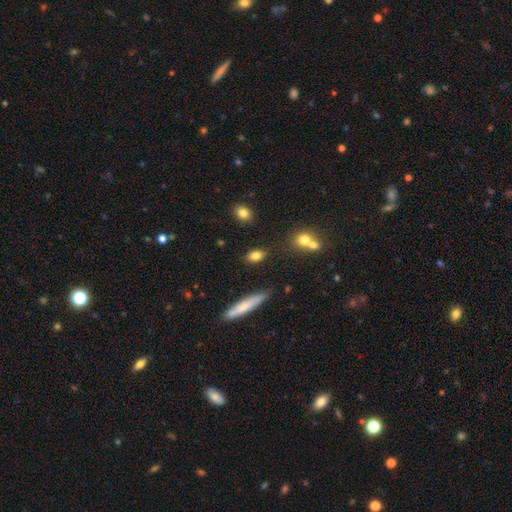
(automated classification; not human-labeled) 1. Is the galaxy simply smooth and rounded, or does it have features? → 81% smooth, 11% featured or disk, 9% star or artifact.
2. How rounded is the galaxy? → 76% in between, 14% round, 9% cigar-shaped.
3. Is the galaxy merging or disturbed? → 82% none, 11% minor disturbance, 4% merger, 3% major disturbance.